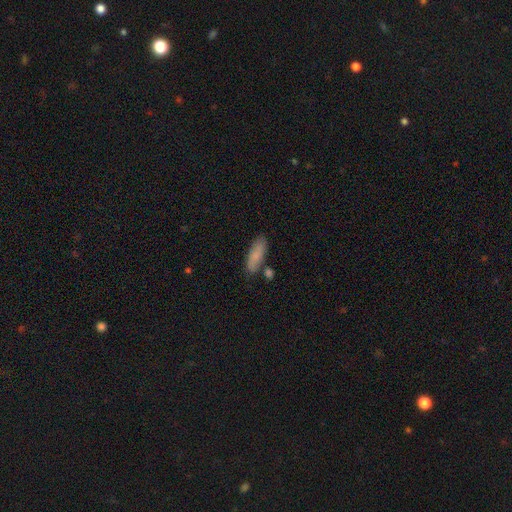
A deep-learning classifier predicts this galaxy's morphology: The model was most divided on "how rounded": in between: 60%, cigar-shaped: 38%, round: 2%. More confident: smooth or featured — smooth (79%); merging — none (72%).